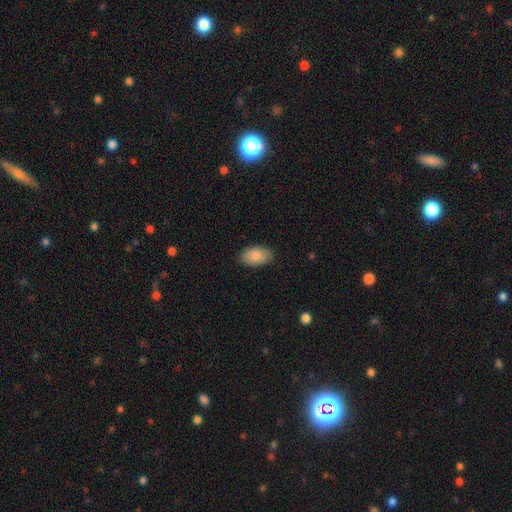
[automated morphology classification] Overall: smooth (86%). How rounded: in between (94%). Merging: none (87%).